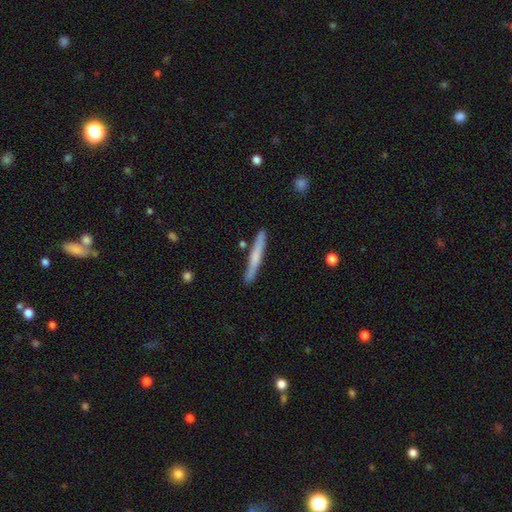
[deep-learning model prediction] A smooth galaxy with no disk features (53%) that is cigar-shaped (96%).

Vote fractions:
- Smooth or featured? smooth: 53% / featured or disk: 41% / star or artifact: 5%
- How rounded? cigar-shaped: 96% / in between: 3% / round: 1%
- Merging? none: 84% / minor disturbance: 12% / merger: 3% / major disturbance: 2%